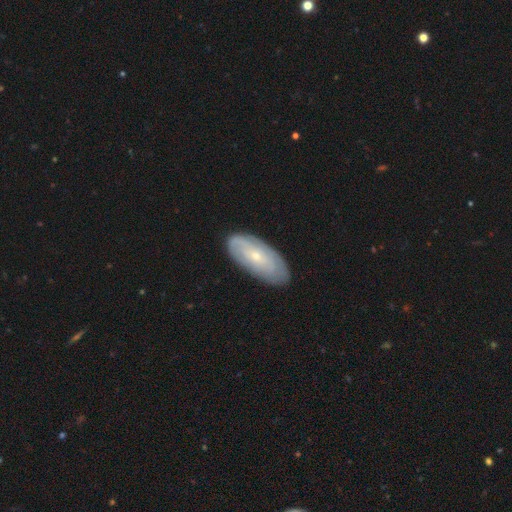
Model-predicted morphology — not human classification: Overall: featured or disk (55%; smooth 39%). Edge-on disk: no (88%). Merging: none (82%).